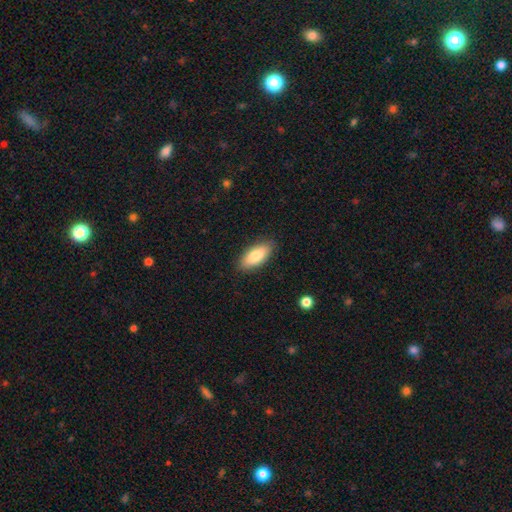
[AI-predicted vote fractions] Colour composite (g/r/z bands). It shows a smooth galaxy with no disk features (81%) that is in between round and cigar-shaped (84%). Merging: none (88%).